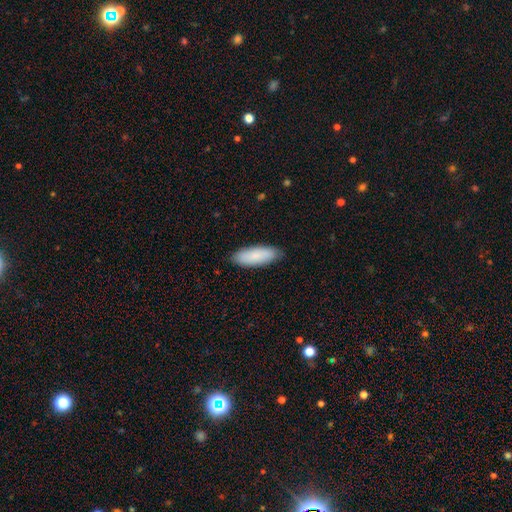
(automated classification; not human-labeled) This is clearly a smooth galaxy (87%). How rounded: likely in between (74%). Merging: clearly none (88%).